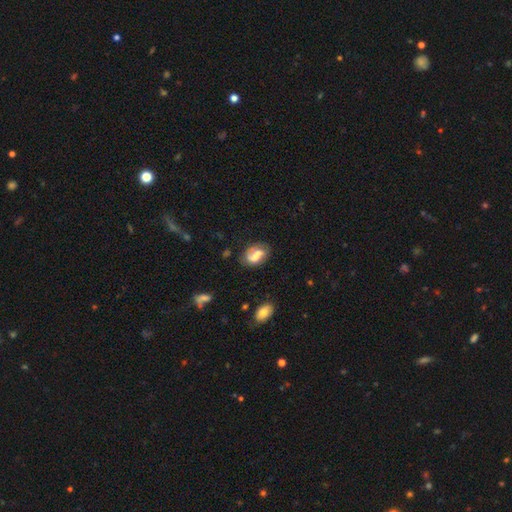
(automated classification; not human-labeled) Smooth or featured? Predicted: smooth (p=0.51). How rounded? Predicted: in between (p=0.85). Merging? Predicted: none (p=0.63).